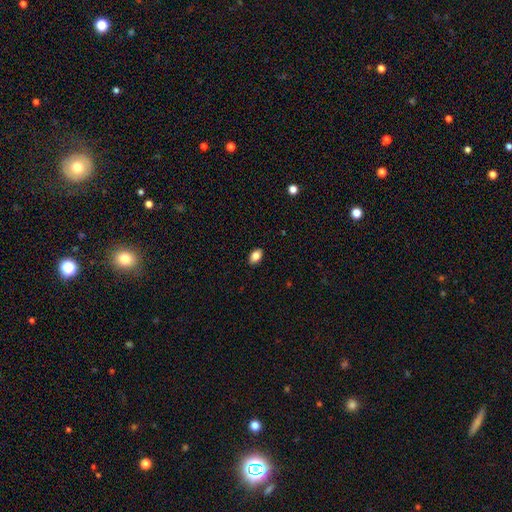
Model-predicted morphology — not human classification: The model was most divided on "smooth or featured": smooth: 82%, featured or disk: 10%, star or artifact: 8%. More confident: merging — none (88%); how rounded — in between (87%).